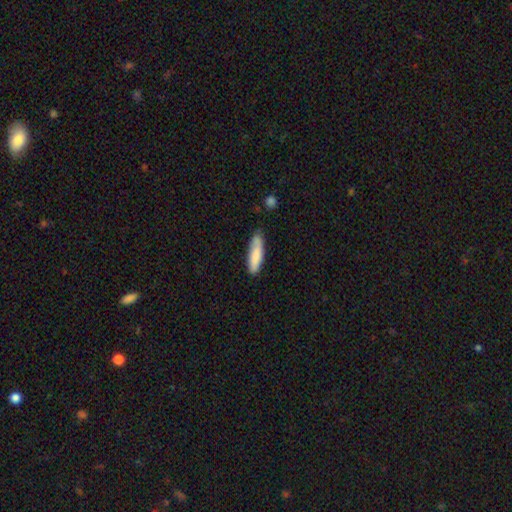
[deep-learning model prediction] smooth-or-featured: smooth: 82% | featured or disk: 12% | star or artifact: 6%
  how-rounded: cigar-shaped: 63% | in between: 35% | round: 1%
  merging: none: 72% | minor disturbance: 22% | major disturbance: 4% | merger: 2%